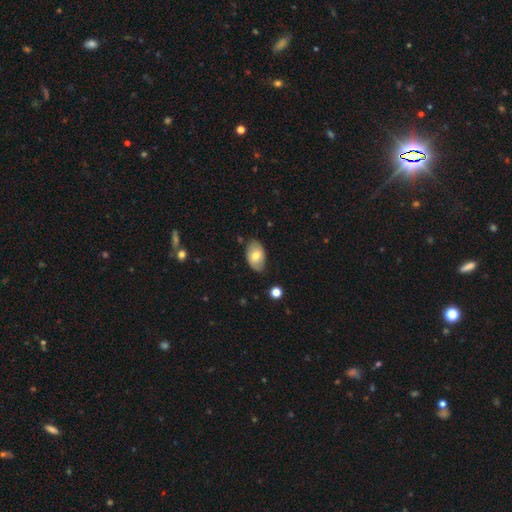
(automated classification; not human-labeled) smooth_or_featured: smooth (p=0.70) [alt: featured or disk p=0.23]
how_rounded: in between (p=0.92) [alt: round p=0.07]
merging: none (p=0.77) [alt: minor disturbance p=0.19]